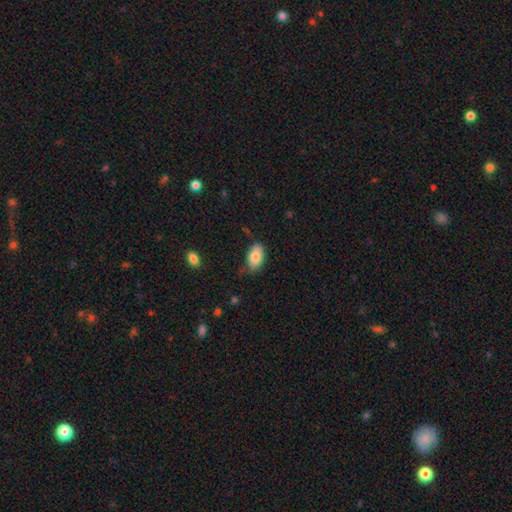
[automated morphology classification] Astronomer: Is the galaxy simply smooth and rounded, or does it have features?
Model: smooth — 84%.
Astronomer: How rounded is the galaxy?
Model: in between — 93%.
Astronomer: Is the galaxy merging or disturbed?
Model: none — 70%.